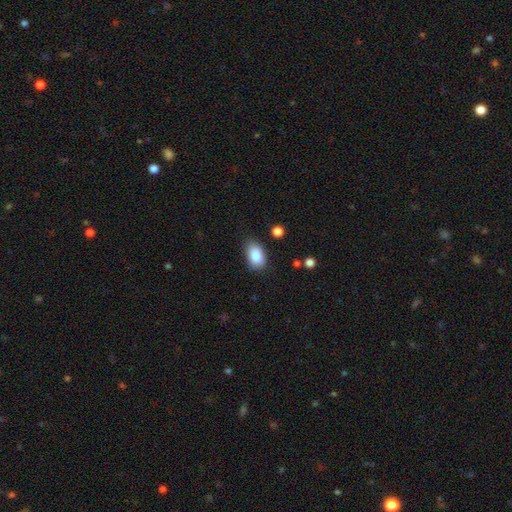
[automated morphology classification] This appears to be a smooth galaxy with no disk features (87%) that is in between round and cigar-shaped (89%). Merging: none (78%).